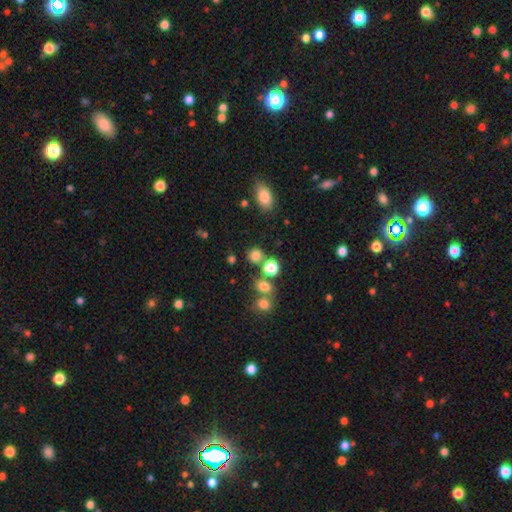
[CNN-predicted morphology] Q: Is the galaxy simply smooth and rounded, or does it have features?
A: smooth — 78%.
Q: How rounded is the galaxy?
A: round — 85%.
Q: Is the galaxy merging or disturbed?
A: none — 71%.